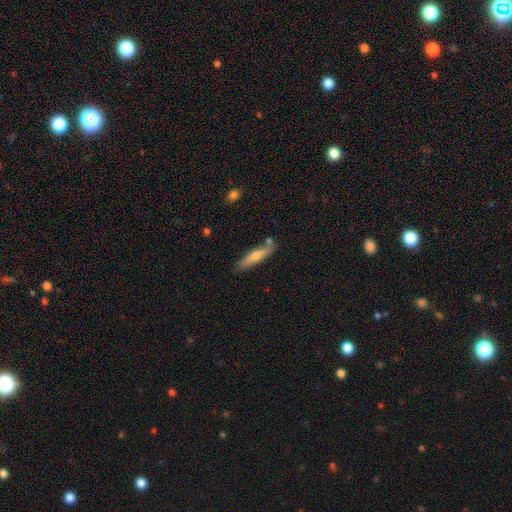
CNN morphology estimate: A smooth galaxy with no disk features (50%) that is cigar-shaped (84%).

Vote fractions:
- Smooth or featured? smooth: 50% / featured or disk: 43% / star or artifact: 7%
- How rounded? cigar-shaped: 84% / in between: 15% / round: 2%
- Merging? none: 78% / minor disturbance: 14% / merger: 5% / major disturbance: 3%